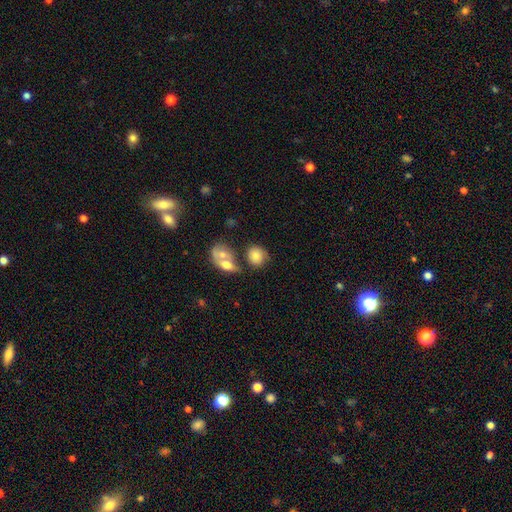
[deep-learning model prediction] smooth-or-featured: smooth: 77% | featured or disk: 14% | star or artifact: 9%
  how-rounded: round: 71% | in between: 28% | cigar-shaped: 1%
  merging: none: 52% | merger: 26% | minor disturbance: 15% | major disturbance: 7%